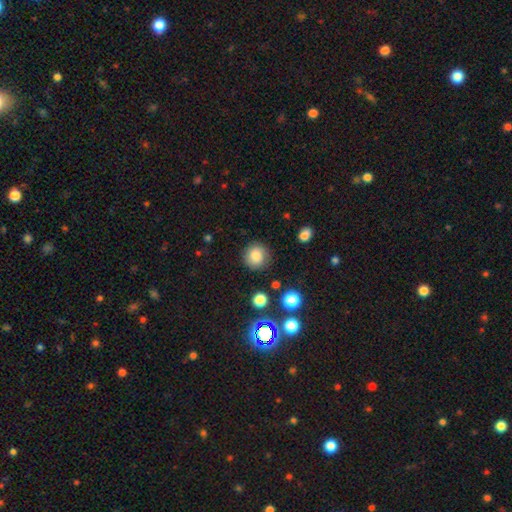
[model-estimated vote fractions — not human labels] smooth-or-featured: smooth: 81% | star or artifact: 12% | featured or disk: 6%
  how-rounded: round: 91% | in between: 8% | cigar-shaped: 1%
  merging: none: 85% | minor disturbance: 10% | major disturbance: 3% | merger: 2%